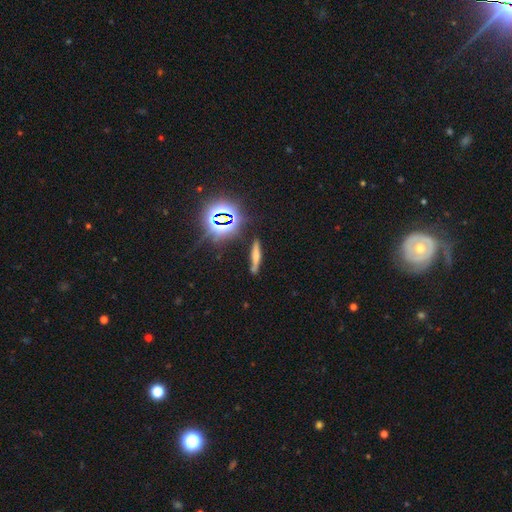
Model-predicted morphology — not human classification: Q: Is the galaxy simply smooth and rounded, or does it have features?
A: smooth — 47%.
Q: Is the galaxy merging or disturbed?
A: none — 77%.